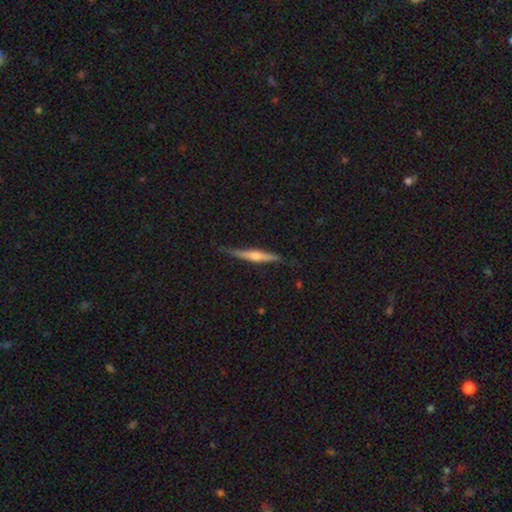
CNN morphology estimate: A featured or disk galaxy (70%) viewed edge-on (97%) with a rounded central bulge (83%).

Vote fractions:
- Smooth or featured? featured or disk: 70% / smooth: 24% / star or artifact: 6%
- Edge-on disk? yes: 97% / no: 3%
- Edge-on bulge? rounded: 83% / none: 10% / boxy: 7%
- Merging? none: 82% / minor disturbance: 15% / major disturbance: 2% / merger: 1%